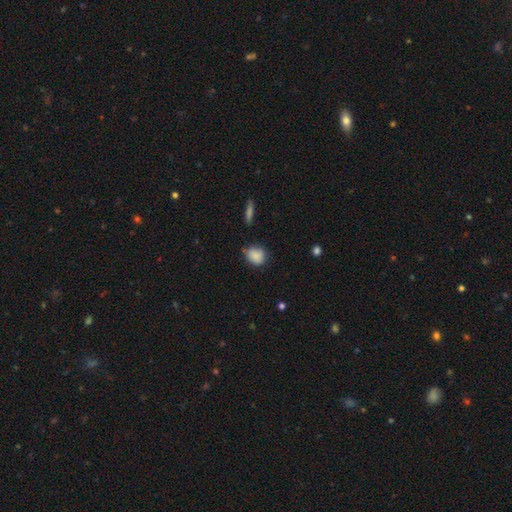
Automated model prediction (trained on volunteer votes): This appears to be a smooth galaxy with no disk features (86%) that is round (62%). Merging: none (69%).